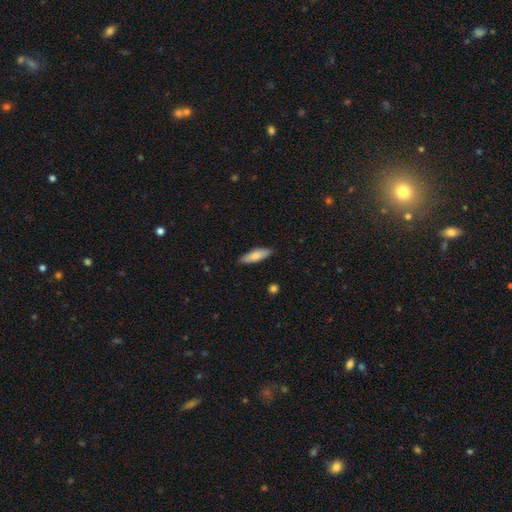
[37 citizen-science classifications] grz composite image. It shows a smooth galaxy with no disk features (73%) that is in between round and cigar-shaped (67%). Merging: none (85%).